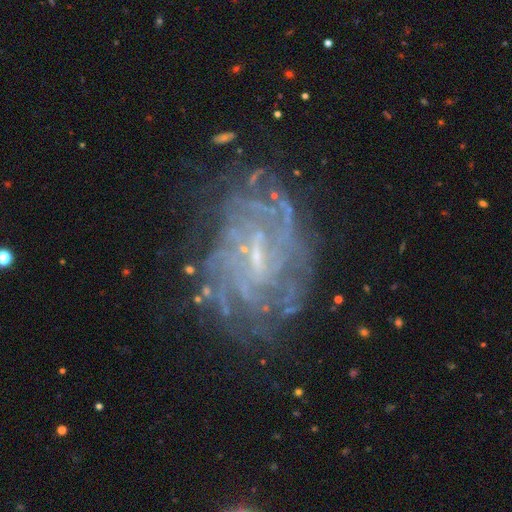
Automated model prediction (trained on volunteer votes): Smooth or featured: featured or disk — 81% (star or artifact — 10%)
Edge-on disk: no — 97% (yes — 3%)
Bar: weak — 55% (no — 26%)
Spiral arms: yes — 85% (no — 15%)
Spiral winding: tight — 60% (medium — 29%)
Spiral arm count: can't tell — 51% (4 — 12%)
Bulge size: small — 71% (none — 14%)
Merging: none — 69% (minor disturbance — 17%)